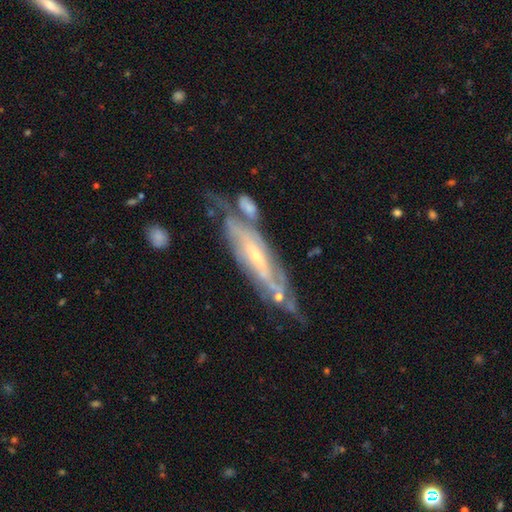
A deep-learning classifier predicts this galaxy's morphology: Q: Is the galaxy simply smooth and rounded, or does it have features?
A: featured or disk — 83%.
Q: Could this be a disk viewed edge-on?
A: no — 69%.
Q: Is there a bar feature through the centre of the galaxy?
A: no — 39%.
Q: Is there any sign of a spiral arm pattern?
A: yes — 89%.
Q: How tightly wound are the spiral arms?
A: tight — 56%.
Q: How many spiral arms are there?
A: can't tell — 47%.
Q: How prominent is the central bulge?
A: small — 68%.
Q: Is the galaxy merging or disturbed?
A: none — 55%.